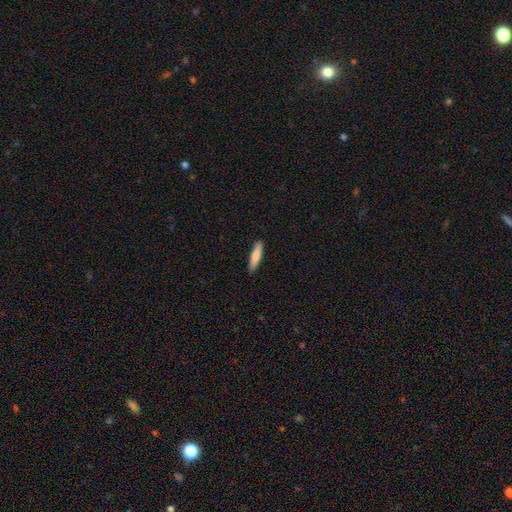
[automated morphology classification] Overall: smooth (77%). How rounded: cigar-shaped (84%). Merging: none (89%).